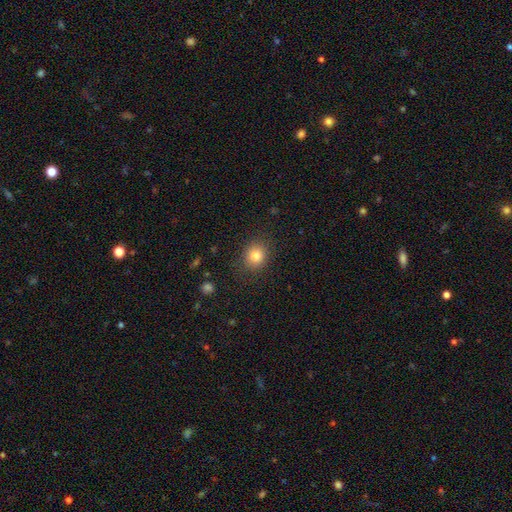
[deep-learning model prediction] smooth_or_featured: smooth (p=0.82) [alt: star or artifact p=0.11]
how_rounded: round (p=0.73) [alt: in between p=0.27]
merging: none (p=0.86) [alt: minor disturbance p=0.10]